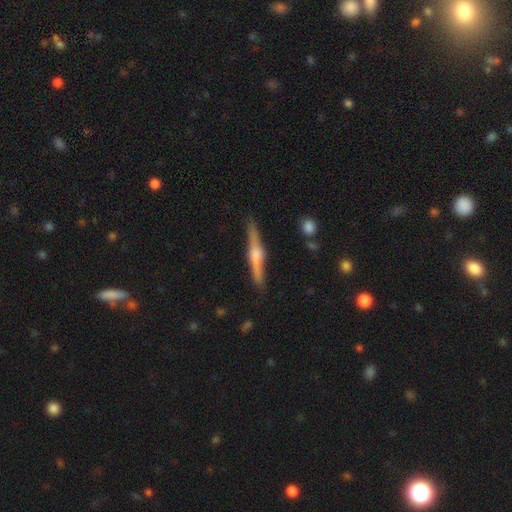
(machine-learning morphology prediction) A featured or disk galaxy (73%) viewed edge-on (98%) with a rounded central bulge (83%).

Vote fractions:
- Smooth or featured? featured or disk: 73% / smooth: 21% / star or artifact: 6%
- Edge-on disk? yes: 98% / no: 2%
- Edge-on bulge? rounded: 83% / boxy: 11% / none: 5%
- Merging? none: 87% / minor disturbance: 10% / major disturbance: 2% / merger: 2%